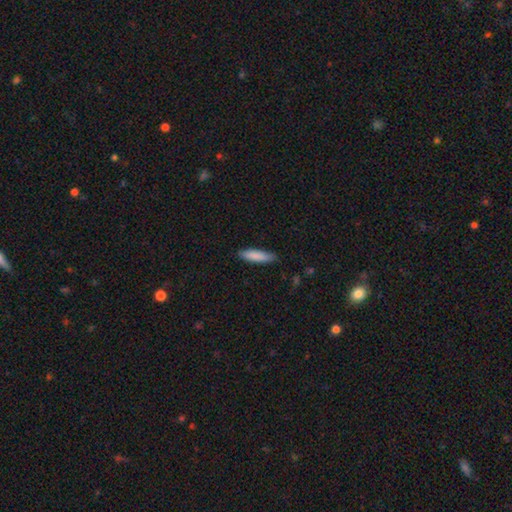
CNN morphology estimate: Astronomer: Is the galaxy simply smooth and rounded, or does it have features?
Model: smooth — 86%.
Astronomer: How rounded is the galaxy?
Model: cigar-shaped — 73%.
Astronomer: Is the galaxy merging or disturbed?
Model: none — 84%.